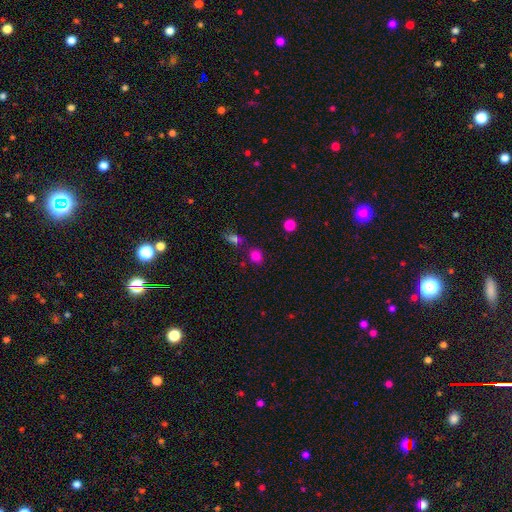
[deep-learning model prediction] Q: Smooth or featured?
A: smooth (80%); runner-up: star or artifact (15%)
Q: How rounded?
A: round (62%); runner-up: in between (36%)
Q: Merging?
A: none (72%); runner-up: minor disturbance (12%)